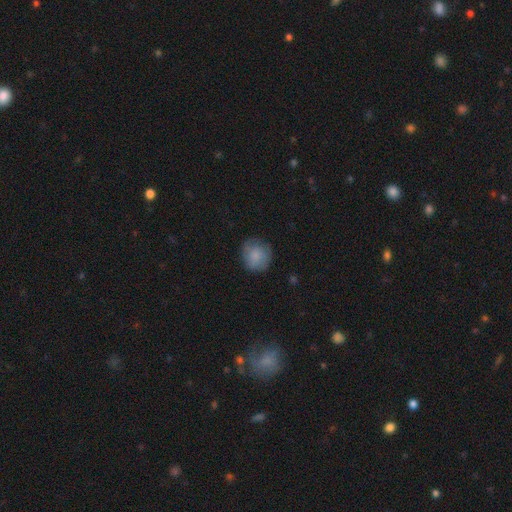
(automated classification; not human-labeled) This is clearly a smooth galaxy (81%). How rounded: clearly round (86%). Merging: likely none (74%).